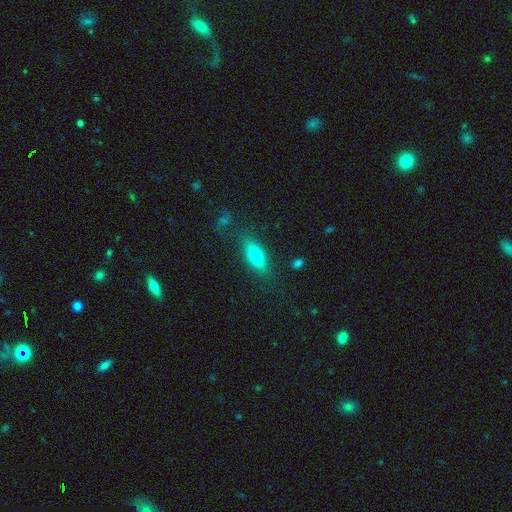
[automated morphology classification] type=smooth (68%); roundness=in between (60%); merging=none (77%).